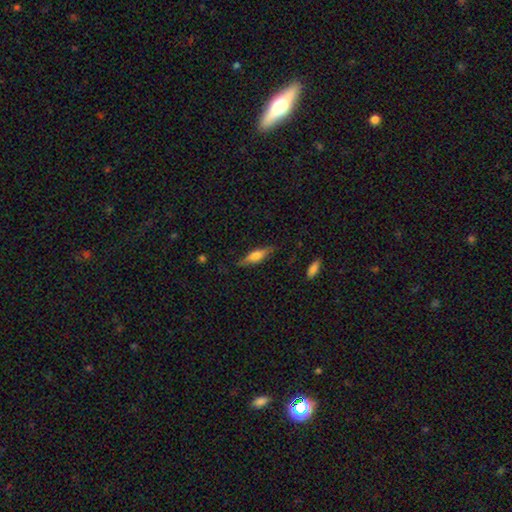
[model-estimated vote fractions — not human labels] This is possibly a featured or disk galaxy (48%). Merging: clearly none (81%).